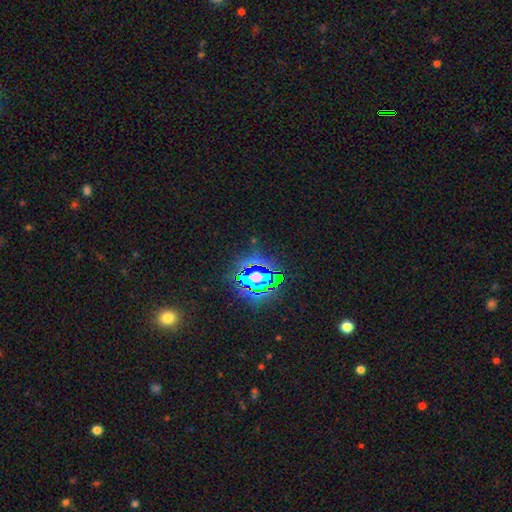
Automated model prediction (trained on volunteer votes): Smooth or featured?
  - star or artifact: 74% *
  - smooth: 17%
  - featured or disk: 10%